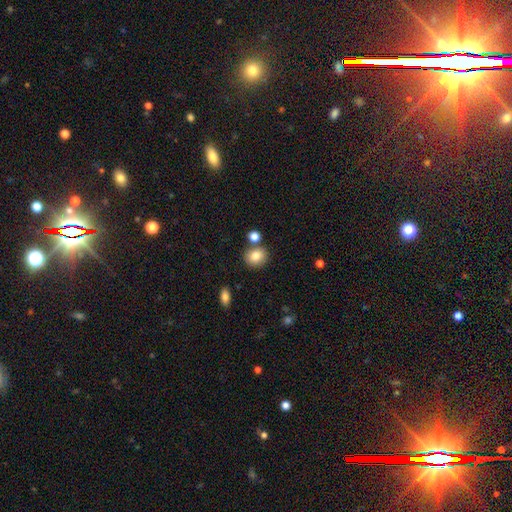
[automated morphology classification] Smooth or featured? Predicted: smooth (p=0.83). How rounded? Predicted: round (p=0.73). Merging? Predicted: none (p=0.76).